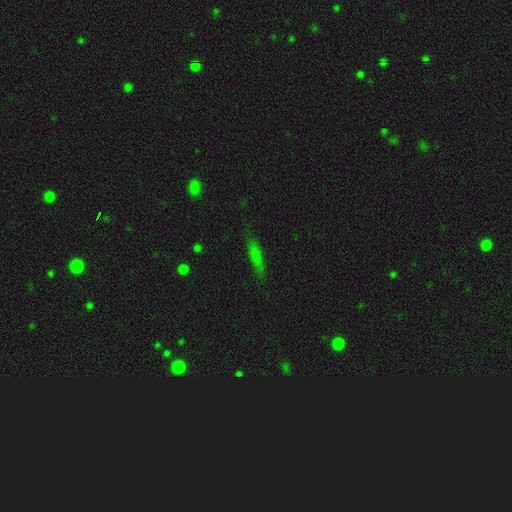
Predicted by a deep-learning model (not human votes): Q: Smooth or featured?
A: smooth (70%); runner-up: featured or disk (16%)
Q: How rounded?
A: cigar-shaped (77%); runner-up: in between (20%)
Q: Merging?
A: none (82%); runner-up: minor disturbance (14%)